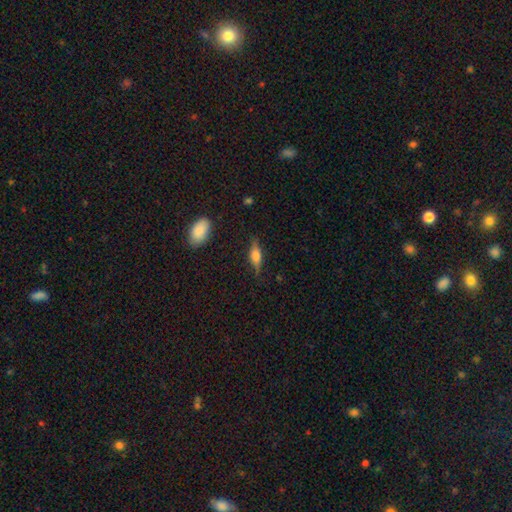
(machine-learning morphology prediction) A smooth galaxy with no disk features (47%).

Vote fractions:
- Smooth or featured? smooth: 47% / featured or disk: 45% / star or artifact: 8%
- Merging? none: 78% / minor disturbance: 16% / major disturbance: 4% / merger: 2%